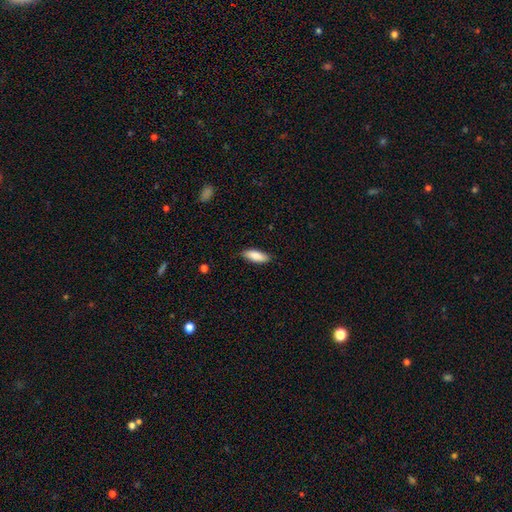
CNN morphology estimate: Smooth or featured?
  - smooth: 86% *
  - featured or disk: 8%
  - star or artifact: 6%
How rounded?
  - in between: 69% *
  - cigar-shaped: 29%
  - round: 2%
Merging?
  - none: 84% *
  - minor disturbance: 13%
  - major disturbance: 2%
  - merger: 1%